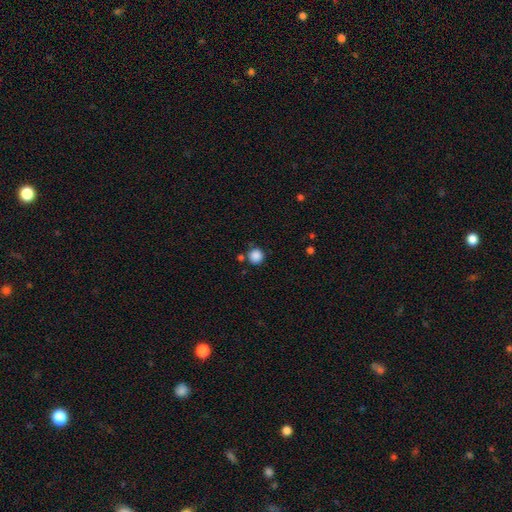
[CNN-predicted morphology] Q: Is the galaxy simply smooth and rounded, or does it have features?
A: smooth — 87%.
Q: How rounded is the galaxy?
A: round — 94%.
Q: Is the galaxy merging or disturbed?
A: none — 79%.